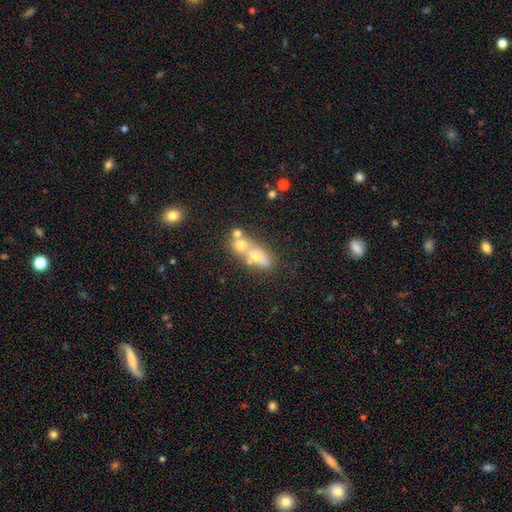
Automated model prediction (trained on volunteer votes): The model was most divided on "smooth or featured": smooth: 49%, featured or disk: 37%, star or artifact: 13%. More confident: merging — merger (54%).